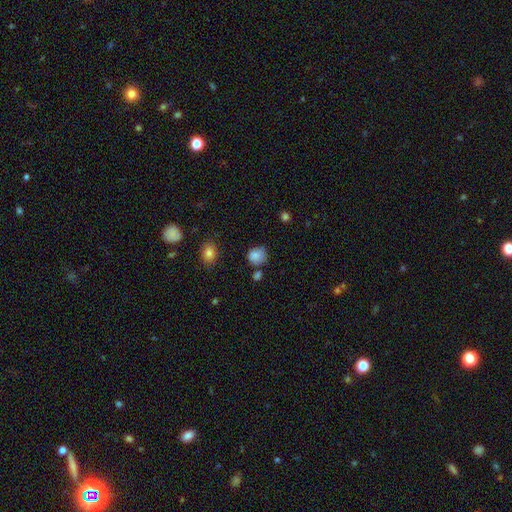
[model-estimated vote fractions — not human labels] This appears to be a smooth galaxy with no disk features (84%) that is round (78%). Merging: none (68%).